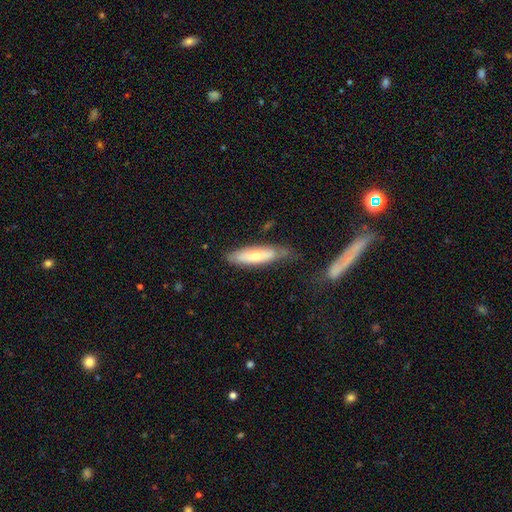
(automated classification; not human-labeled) Overall: smooth (56%; featured or disk 37%). How rounded: cigar-shaped (56%; in between 42%). Merging: none (63%; minor disturbance 26%).